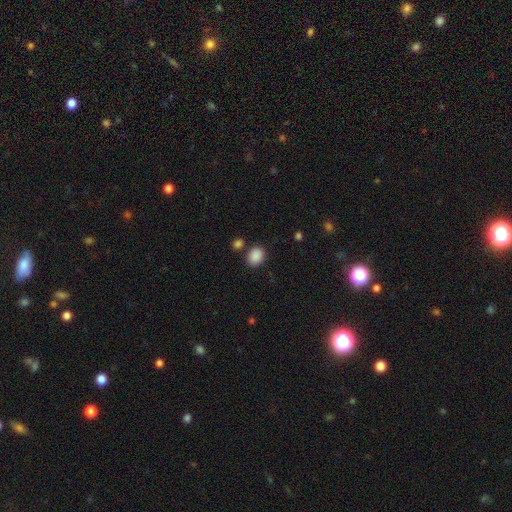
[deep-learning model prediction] A smooth galaxy with no disk features (88%) that is in between round and cigar-shaped (52%). Merging: none (79%).